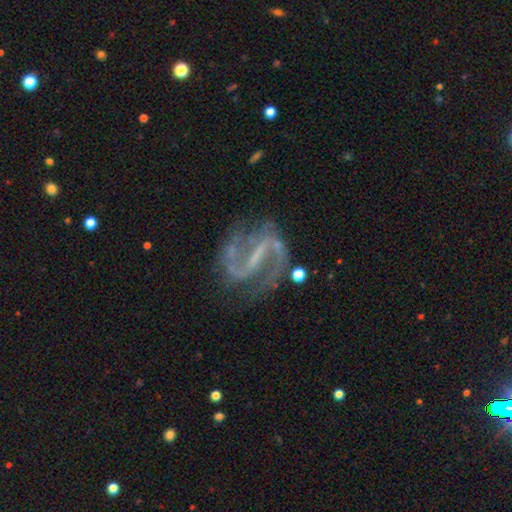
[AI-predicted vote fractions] Morphology: type=featured or disk (91%); edge-on=no (98%); bar=strong (61%); spiral arms=yes (96%); winding=medium (51%); arm count=2 (93%); bulge=none (51%); merging=none (72%).